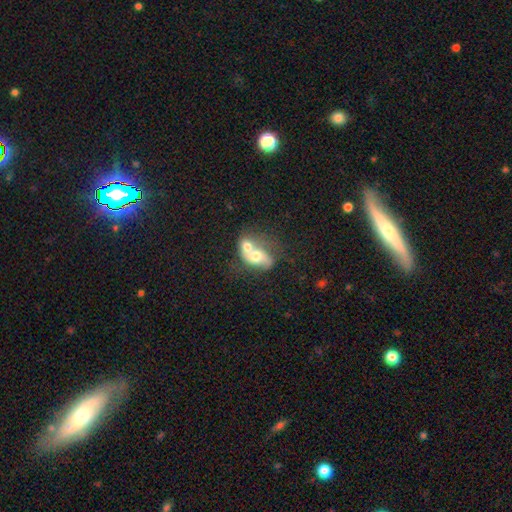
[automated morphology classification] A smooth galaxy with no disk features (51%) that is in between round and cigar-shaped (68%). Merging: merger (76%).